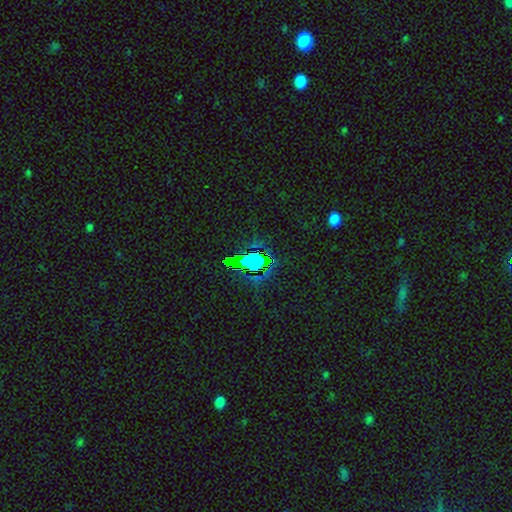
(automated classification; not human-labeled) Smooth or featured?
  - star or artifact: 72% *
  - smooth: 18%
  - featured or disk: 11%